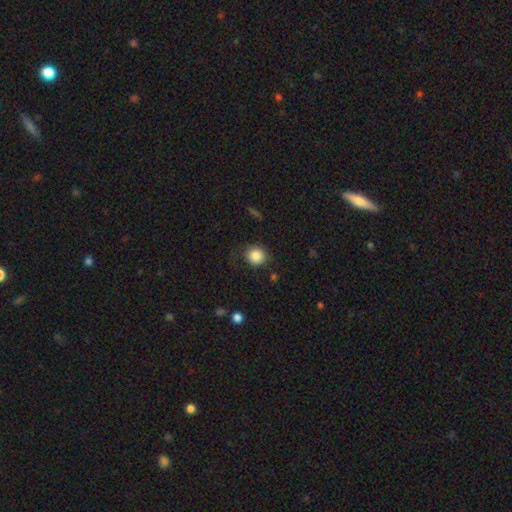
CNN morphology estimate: Q: Smooth or featured?
A: smooth (86%); runner-up: star or artifact (9%)
Q: How rounded?
A: round (87%); runner-up: in between (12%)
Q: Merging?
A: none (74%); runner-up: minor disturbance (17%)